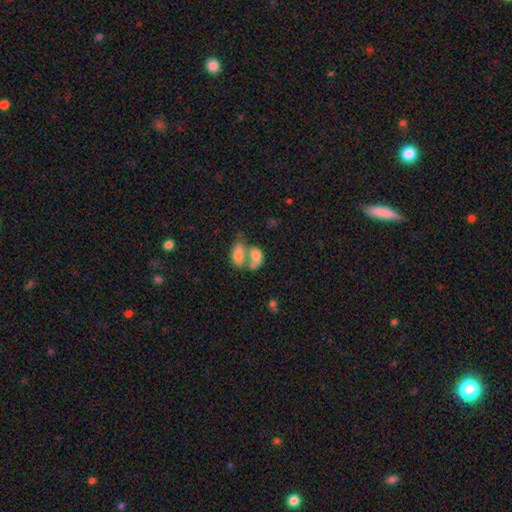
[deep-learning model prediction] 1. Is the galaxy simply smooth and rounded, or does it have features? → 70% smooth, 22% featured or disk, 9% star or artifact.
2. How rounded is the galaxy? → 83% in between, 14% round, 3% cigar-shaped.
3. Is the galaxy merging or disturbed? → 72% merger, 14% none, 7% major disturbance, 7% minor disturbance.